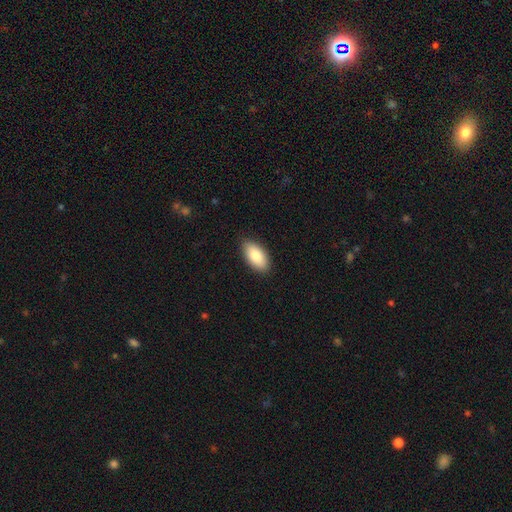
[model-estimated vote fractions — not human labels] Q: Smooth or featured?
A: smooth (84%); runner-up: featured or disk (10%)
Q: How rounded?
A: in between (93%); runner-up: cigar-shaped (5%)
Q: Merging?
A: none (88%); runner-up: minor disturbance (9%)